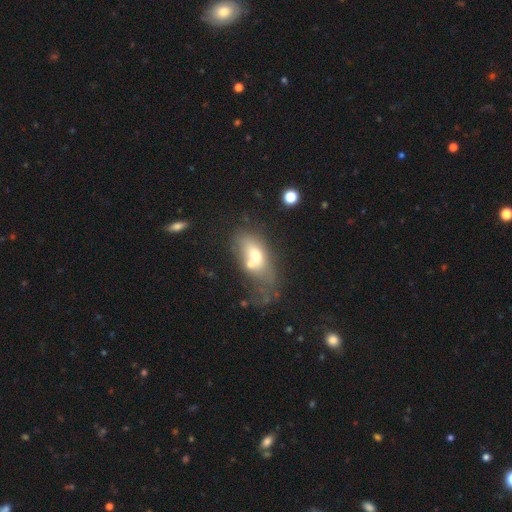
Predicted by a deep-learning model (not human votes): The model was most divided on "merging": merger: 36%, major disturbance: 26%, none: 21%, minor disturbance: 17%. More confident: how rounded — in between (84%); smooth or featured — smooth (56%).